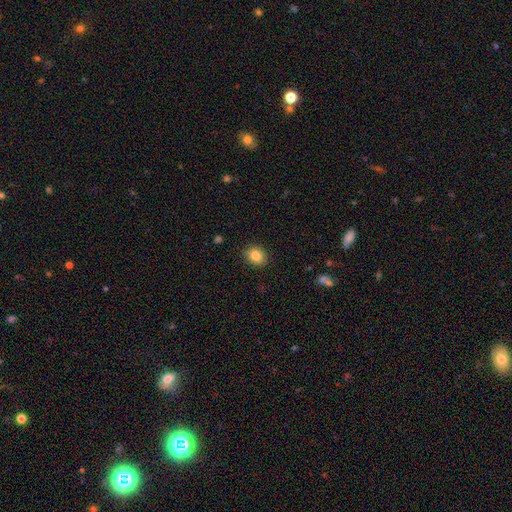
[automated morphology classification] This appears to be a smooth galaxy with no disk features (86%) that is in between round and cigar-shaped (61%). Merging: none (88%).